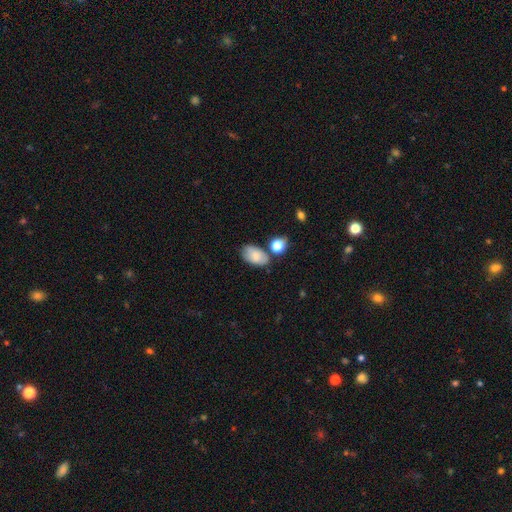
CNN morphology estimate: Smooth or featured?
  - smooth: 78% *
  - featured or disk: 13%
  - star or artifact: 8%
How rounded?
  - in between: 91% *
  - round: 7%
  - cigar-shaped: 1%
Merging?
  - none: 65% *
  - minor disturbance: 19%
  - merger: 12%
  - major disturbance: 5%